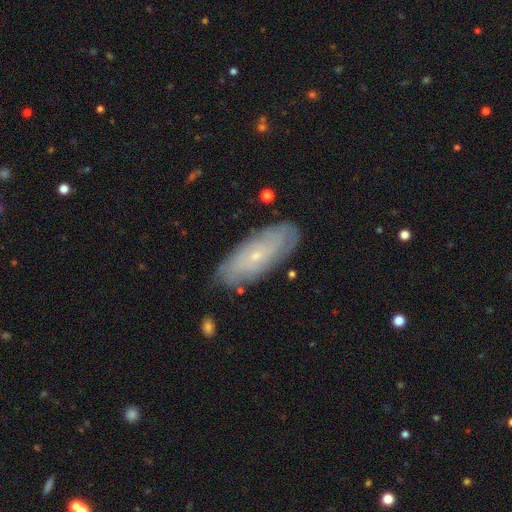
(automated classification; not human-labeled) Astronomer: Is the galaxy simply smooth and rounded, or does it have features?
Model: featured or disk — 65%.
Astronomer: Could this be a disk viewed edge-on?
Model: no — 85%.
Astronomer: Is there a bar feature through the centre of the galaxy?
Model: no — 80%.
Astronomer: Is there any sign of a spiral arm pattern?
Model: yes — 81%.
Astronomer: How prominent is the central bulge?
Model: small — 84%.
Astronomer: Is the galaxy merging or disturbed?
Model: none — 81%.